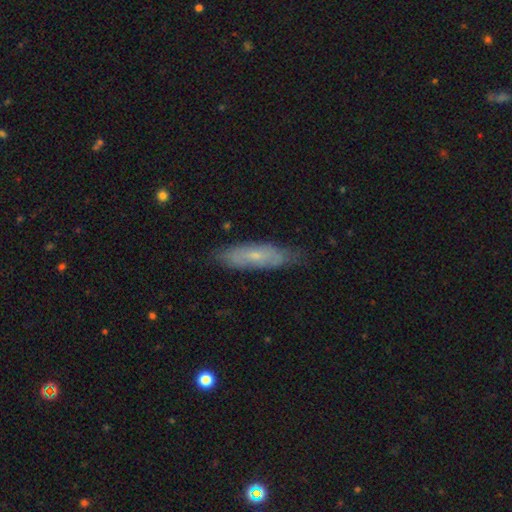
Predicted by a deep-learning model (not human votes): smooth_or_featured: smooth (p=0.51) [alt: featured or disk p=0.42]
how_rounded: cigar-shaped (p=0.61) [alt: in between p=0.37]
merging: none (p=0.76) [alt: minor disturbance p=0.19]